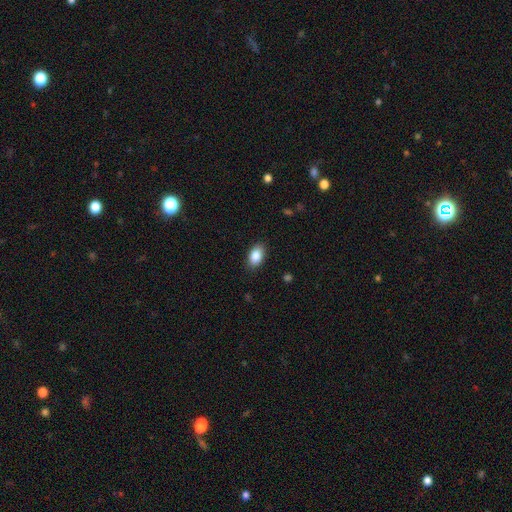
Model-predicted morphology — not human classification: This is clearly a smooth galaxy (87%). How rounded: clearly in between (91%). Merging: clearly none (88%).